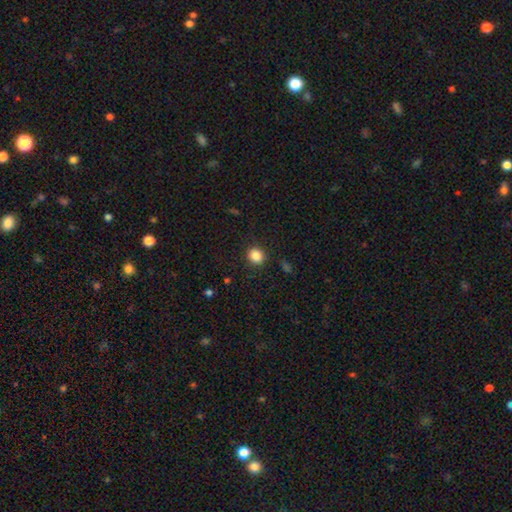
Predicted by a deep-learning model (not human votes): A smooth galaxy with no disk features (86%) that is round (80%).

Vote fractions:
- Smooth or featured? smooth: 86% / star or artifact: 10% / featured or disk: 4%
- How rounded? round: 80% / in between: 19% / cigar-shaped: 1%
- Merging? none: 89% / minor disturbance: 7% / major disturbance: 2% / merger: 1%